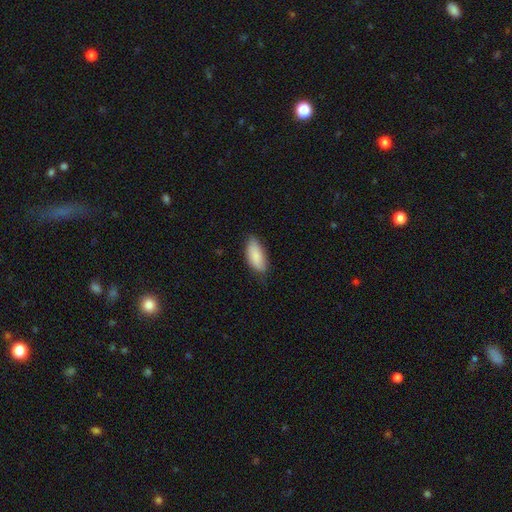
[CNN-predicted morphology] This appears to be a smooth galaxy with no disk features (85%) that is in between round and cigar-shaped (84%). Merging: none (70%).